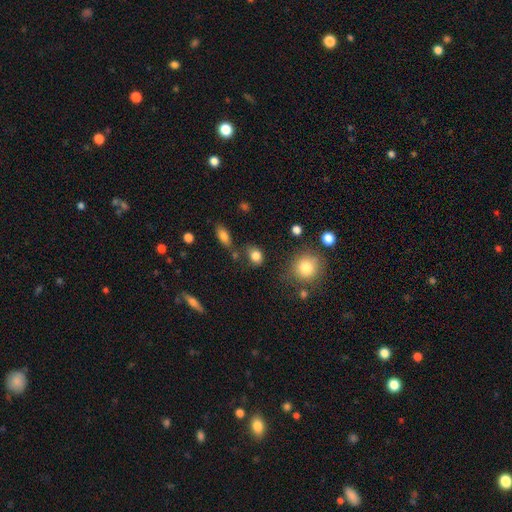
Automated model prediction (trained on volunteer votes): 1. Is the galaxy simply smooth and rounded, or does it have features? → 83% smooth, 11% star or artifact, 6% featured or disk.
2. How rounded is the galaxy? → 49% in between (tied), 49% round (tied), 2% cigar-shaped.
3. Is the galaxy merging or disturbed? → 70% none, 16% minor disturbance, 8% merger, 5% major disturbance.